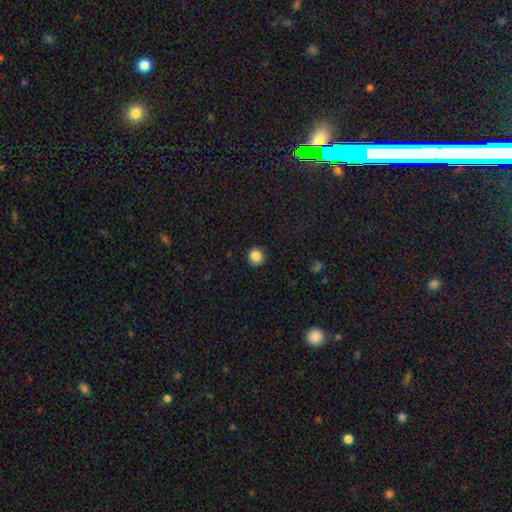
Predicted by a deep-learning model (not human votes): smooth 86%, star or artifact 10%, featured or disk 4%. Down the decision tree: how rounded — round (91%); merging — none (89%).